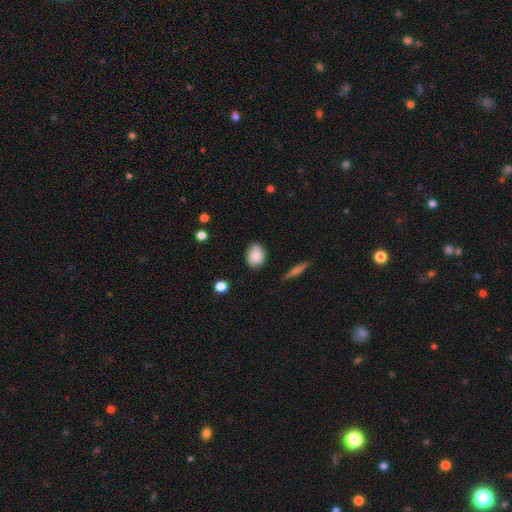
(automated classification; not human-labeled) Smooth or featured: smooth — 76% (featured or disk — 16%)
How rounded: round — 51% (in between — 47%)
Merging: none — 71% (minor disturbance — 23%)